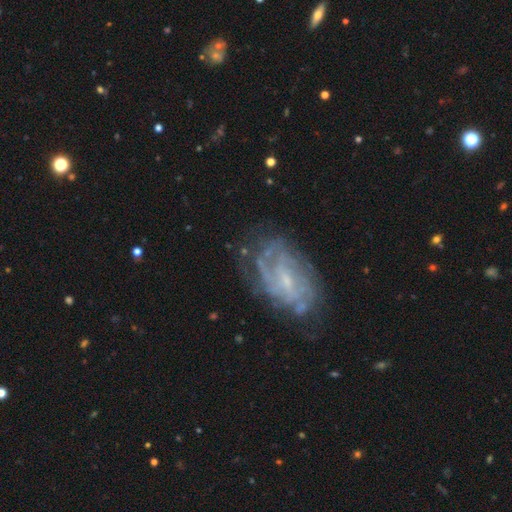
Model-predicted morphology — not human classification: The model was most divided on "bar": weak: 48%, no: 41%, strong: 11%. More confident: edge-on disk — no (96%); spiral arms — yes (83%); smooth or featured — featured or disk (79%); bulge size — small (69%); merging — none (61%); spiral winding — tight (51%); spiral arm count — can't tell (50%).